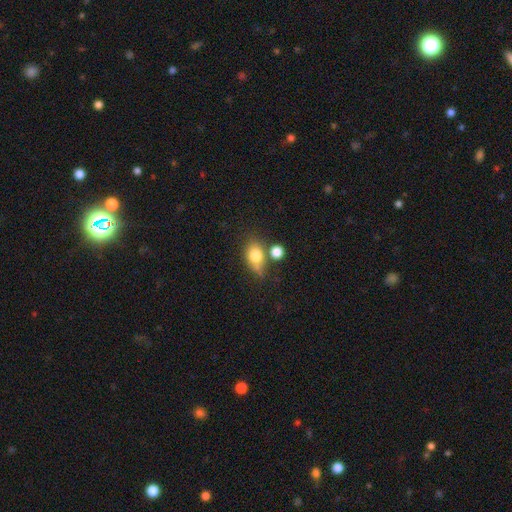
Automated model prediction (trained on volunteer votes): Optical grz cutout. It shows a smooth galaxy with no disk features (78%) that is in between round and cigar-shaped (63%). Merging: none (52%).